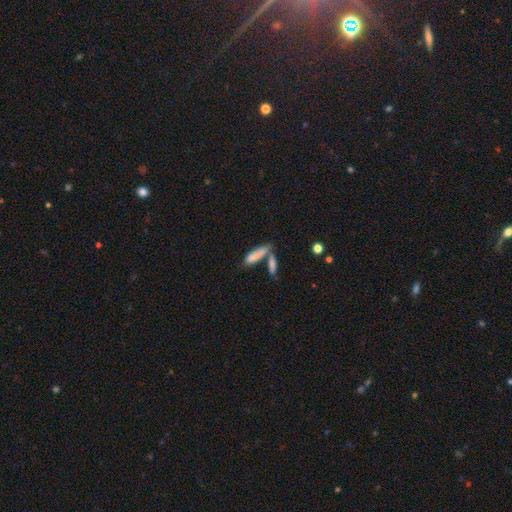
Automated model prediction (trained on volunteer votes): smooth_or_featured: smooth (p=0.78) [alt: featured or disk p=0.15]
how_rounded: cigar-shaped (p=0.61) [alt: in between p=0.37]
merging: merger (p=0.43) [alt: none p=0.39]